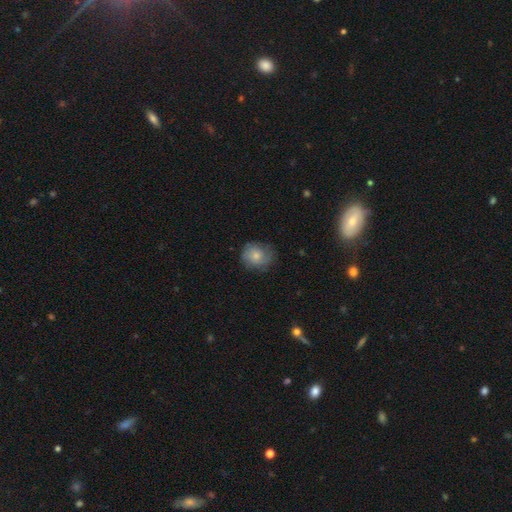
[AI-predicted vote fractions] A smooth galaxy with no disk features (77%) that is round (77%). Merging: none (71%).